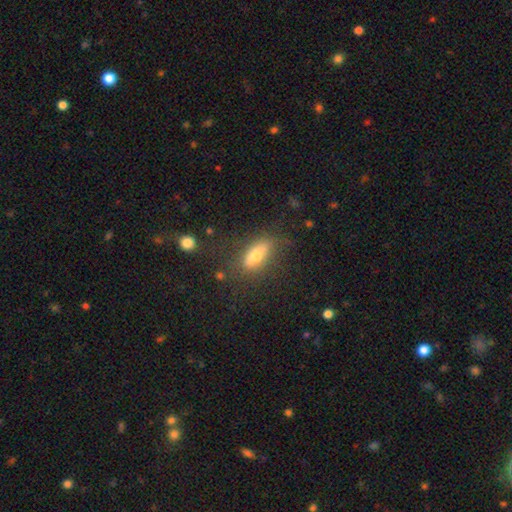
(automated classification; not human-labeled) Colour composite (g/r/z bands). It shows a smooth galaxy with no disk features (62%) that is in between round and cigar-shaped (59%). Merging: none (70%).